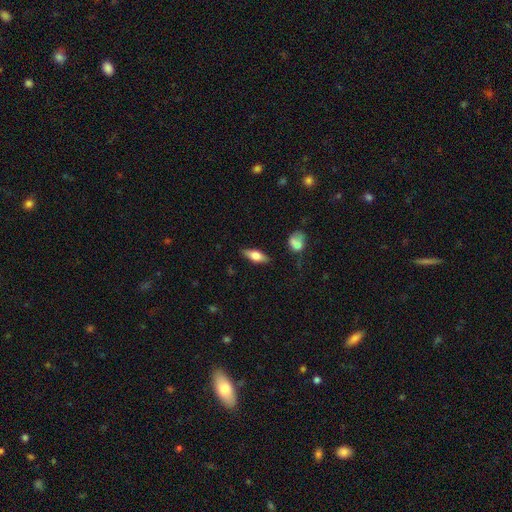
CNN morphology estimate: Smooth or featured? Predicted: smooth (p=0.60). How rounded? Predicted: in between (p=0.69). Merging? Predicted: none (p=0.84).